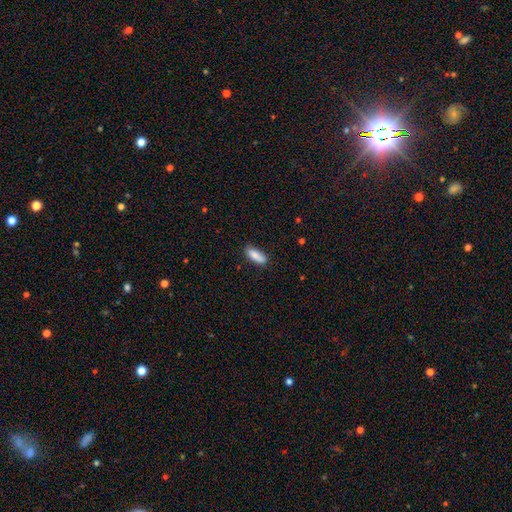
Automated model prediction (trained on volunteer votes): A smooth galaxy with no disk features (86%) that is in between round and cigar-shaped (70%).

Vote fractions:
- Smooth or featured? smooth: 86% / featured or disk: 8% / star or artifact: 7%
- How rounded? in between: 70% / cigar-shaped: 28% / round: 2%
- Merging? none: 81% / minor disturbance: 15% / major disturbance: 3% / merger: 2%